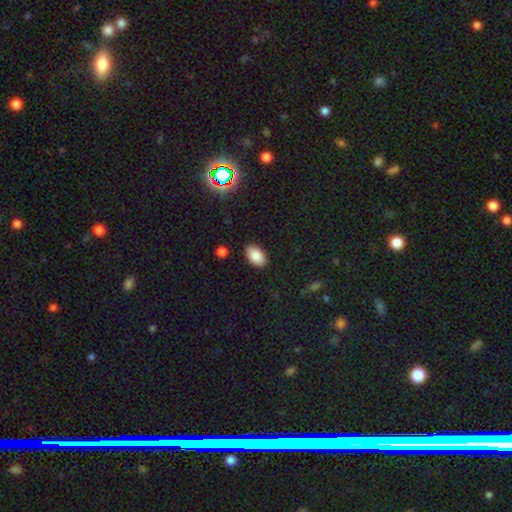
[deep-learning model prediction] The model was most divided on "merging": none: 86%, minor disturbance: 10%, major disturbance: 2%, merger: 1%. More confident: how rounded — in between (92%); smooth or featured — smooth (85%).